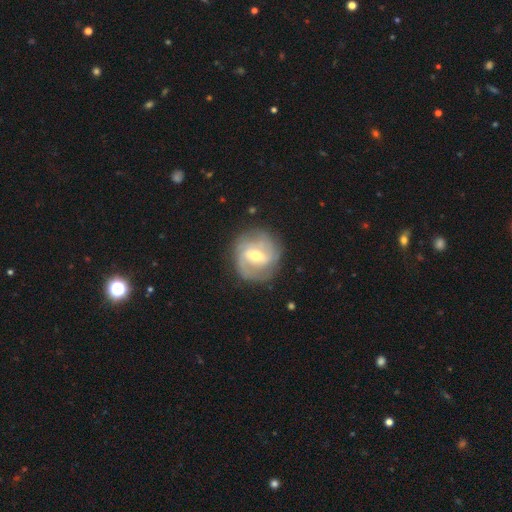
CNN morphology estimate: This is likely a featured or disk galaxy (78%). It is clearly not viewed edge-on (97%). Bar: possibly weak (51%). Spiral arm pattern: clearly yes (89%). Spiral arm count: possibly 2 (50%). Spiral winding: marginally medium (41%, tied with tight). Central bulge: likely moderate (61%). Merging: likely none (78%).